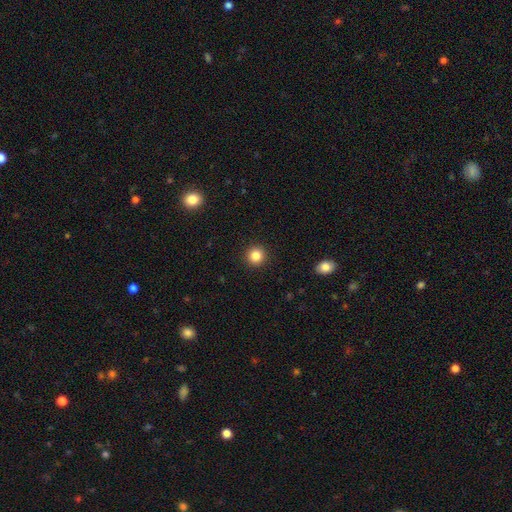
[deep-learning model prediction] Smooth or featured?
  - smooth: 85% *
  - star or artifact: 11%
  - featured or disk: 4%
How rounded?
  - round: 94% *
  - in between: 5%
  - cigar-shaped: 1%
Merging?
  - none: 93% *
  - minor disturbance: 4%
  - major disturbance: 2%
  - merger: 1%